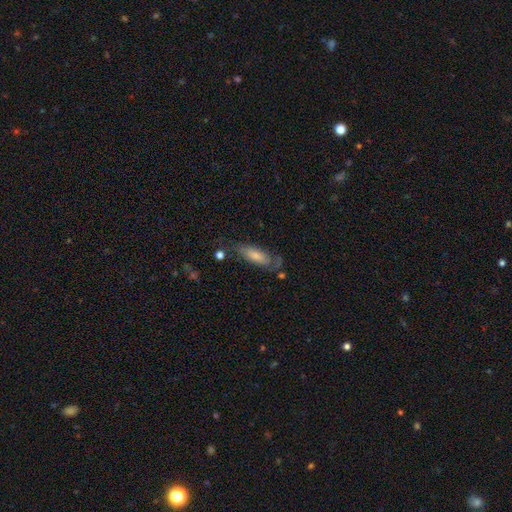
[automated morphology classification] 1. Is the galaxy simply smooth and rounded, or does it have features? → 68% smooth, 26% featured or disk, 6% star or artifact.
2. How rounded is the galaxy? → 64% in between, 34% cigar-shaped, 2% round.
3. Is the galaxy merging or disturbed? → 56% none, 26% minor disturbance, 13% major disturbance, 5% merger.